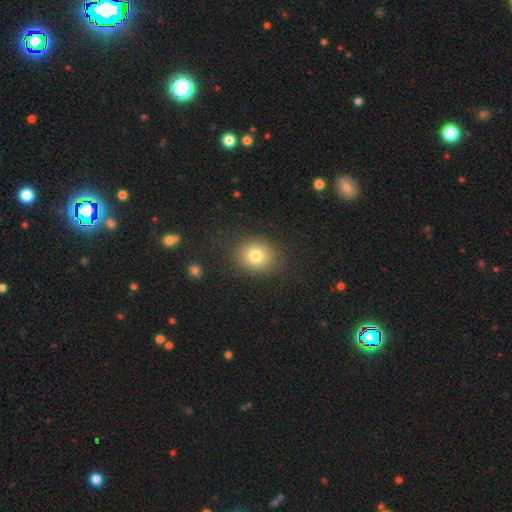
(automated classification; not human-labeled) The model was most divided on "how rounded": round: 68%, in between: 32%, cigar-shaped: 1%. More confident: merging — none (87%); smooth or featured — smooth (79%).